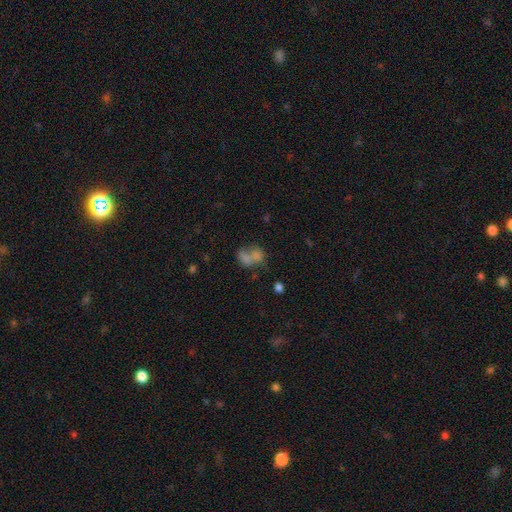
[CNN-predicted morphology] smooth_or_featured: smooth (p=0.63) [alt: featured or disk p=0.19]
how_rounded: in between (p=0.62) [alt: round p=0.35]
merging: merger (p=0.57) [alt: none p=0.25]